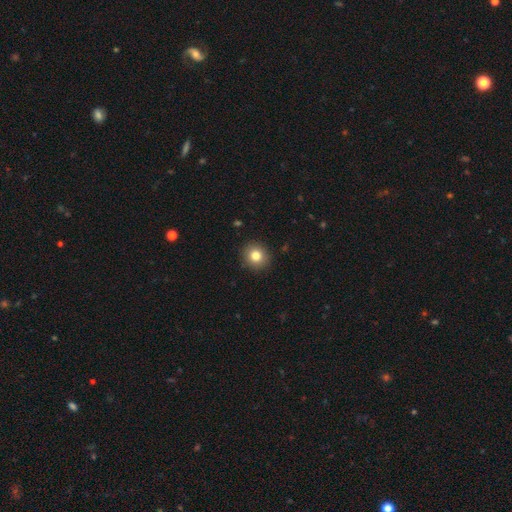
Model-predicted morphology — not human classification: Q: Smooth or featured?
A: smooth (81%); runner-up: star or artifact (11%)
Q: How rounded?
A: round (87%); runner-up: in between (12%)
Q: Merging?
A: none (91%); runner-up: minor disturbance (6%)